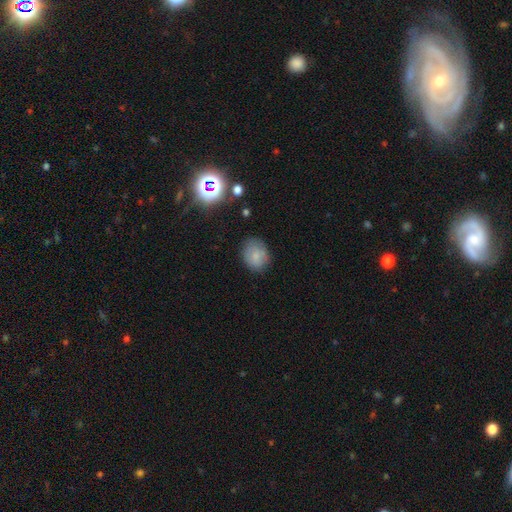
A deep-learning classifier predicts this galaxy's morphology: Smooth or featured?
  - smooth: 77% *
  - featured or disk: 13%
  - star or artifact: 10%
How rounded?
  - round: 50% *
  - in between: 49%
  - cigar-shaped: 1%
Merging?
  - none: 75% *
  - minor disturbance: 18%
  - major disturbance: 5%
  - merger: 2%